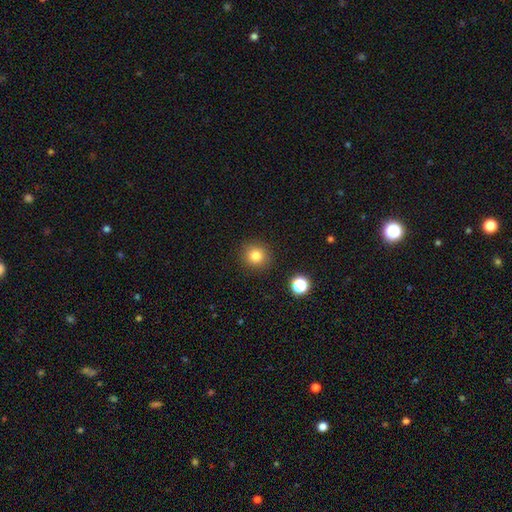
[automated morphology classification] Smooth or featured: smooth — 82% (star or artifact — 13%)
How rounded: round — 91% (in between — 8%)
Merging: none — 90% (minor disturbance — 6%)